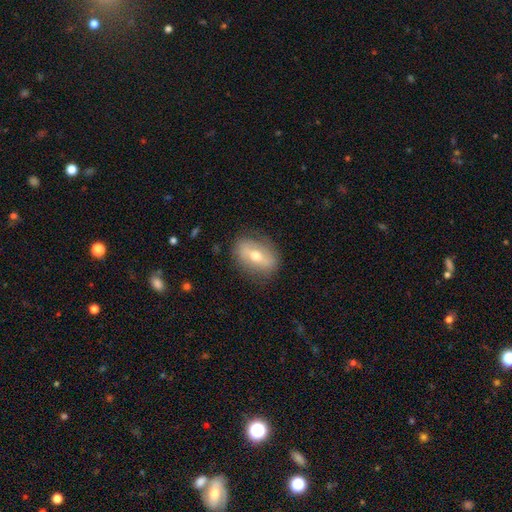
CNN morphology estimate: A featured or disk galaxy (51%). Merging: none (80%).